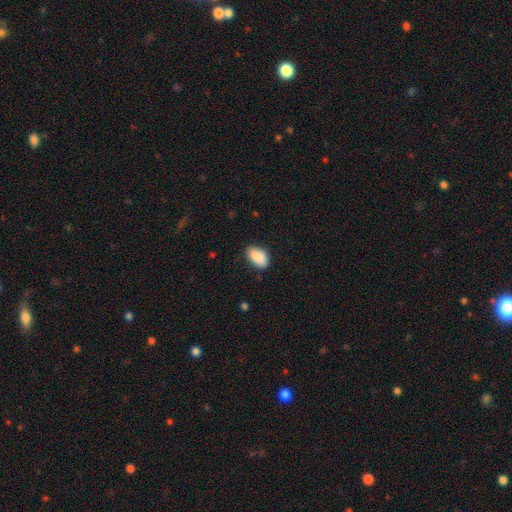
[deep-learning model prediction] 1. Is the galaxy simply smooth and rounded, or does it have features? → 89% smooth, 7% star or artifact, 4% featured or disk.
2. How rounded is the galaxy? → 93% in between, 6% round, 2% cigar-shaped.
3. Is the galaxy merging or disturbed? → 81% none, 15% minor disturbance, 3% major disturbance, 1% merger.